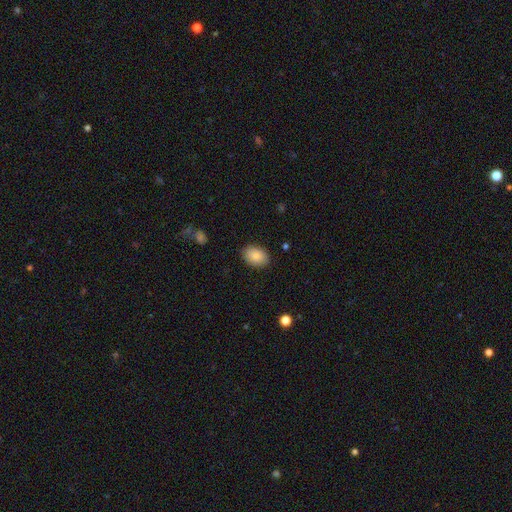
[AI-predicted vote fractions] Smooth or featured? Predicted: smooth (p=0.87). How rounded? Predicted: in between (p=0.83). Merging? Predicted: none (p=0.87).